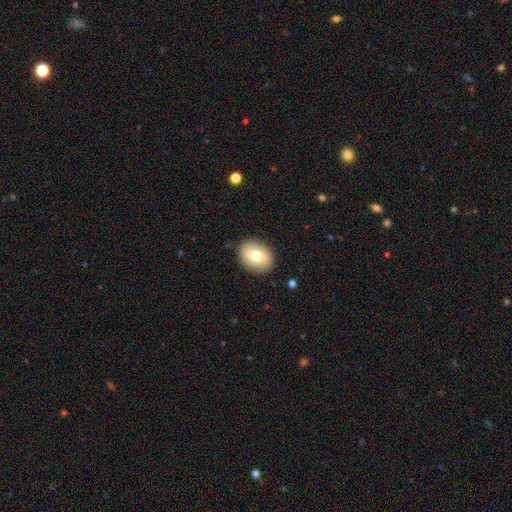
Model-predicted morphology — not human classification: smooth_or_featured: smooth (p=0.70) [alt: featured or disk p=0.22]
how_rounded: in between (p=0.65) [alt: round p=0.34]
merging: none (p=0.89) [alt: minor disturbance p=0.08]